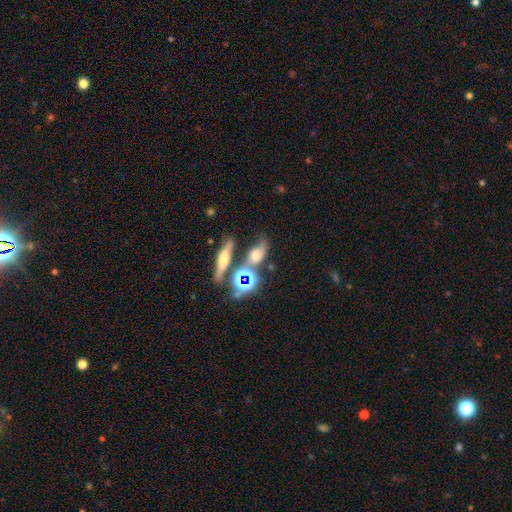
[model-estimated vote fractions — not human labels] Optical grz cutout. It shows a smooth galaxy with no disk features (49%). Merging: none (46%).